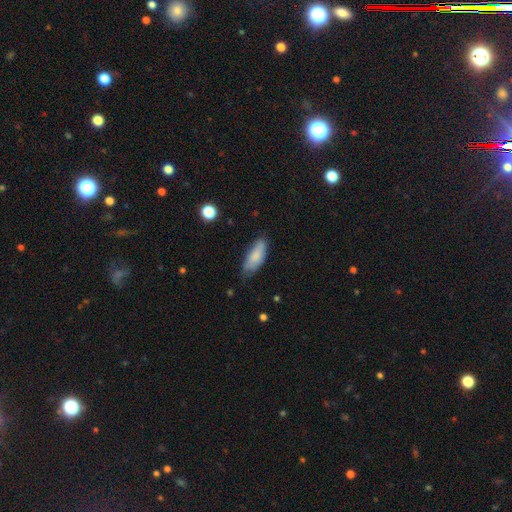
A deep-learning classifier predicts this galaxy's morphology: This appears to be a smooth galaxy with no disk features (81%) that is in between round and cigar-shaped (74%). Merging: none (61%).